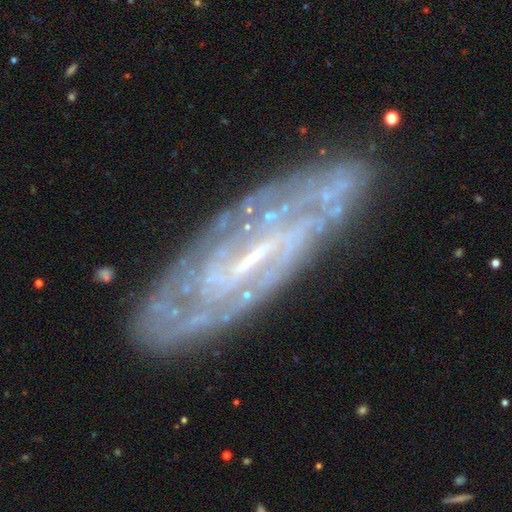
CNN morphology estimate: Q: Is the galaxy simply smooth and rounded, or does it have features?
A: featured or disk — 80%.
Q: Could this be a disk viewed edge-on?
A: no — 79%.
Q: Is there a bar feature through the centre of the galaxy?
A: weak — 41%.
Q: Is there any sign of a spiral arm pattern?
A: yes — 87%.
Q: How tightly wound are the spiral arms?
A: tight — 69%.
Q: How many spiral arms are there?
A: can't tell — 51%.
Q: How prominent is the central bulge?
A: small — 63%.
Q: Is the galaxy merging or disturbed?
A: none — 80%.